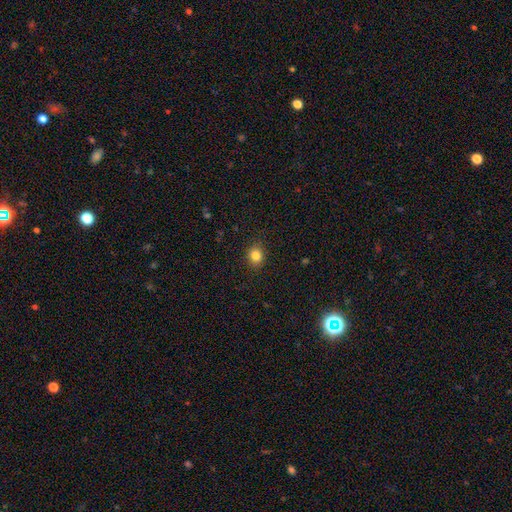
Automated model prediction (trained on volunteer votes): smooth_or_featured: smooth (p=0.84) [alt: star or artifact p=0.11]
how_rounded: round (p=0.67) [alt: in between p=0.32]
merging: none (p=0.89) [alt: minor disturbance p=0.08]